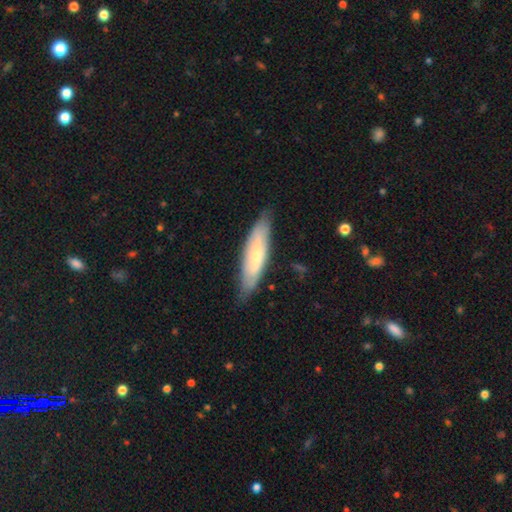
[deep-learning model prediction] A smooth galaxy with no disk features (48%). Merging: none (78%).